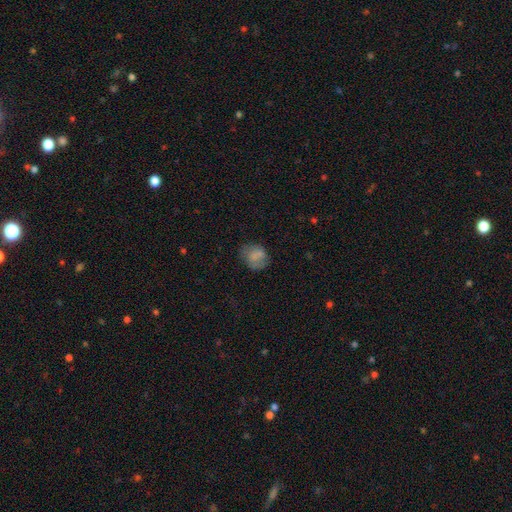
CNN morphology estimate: A smooth galaxy with no disk features (74%) that is round (61%).

Vote fractions:
- Smooth or featured? smooth: 74% / featured or disk: 16% / star or artifact: 10%
- How rounded? round: 61% / in between: 38% / cigar-shaped: 1%
- Merging? none: 60% / minor disturbance: 25% / major disturbance: 13% / merger: 3%